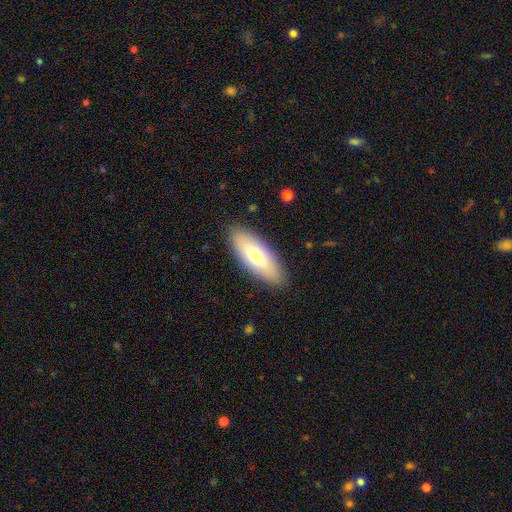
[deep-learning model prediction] Morphology: type=smooth (70%); roundness=in between (72%); merging=none (88%).